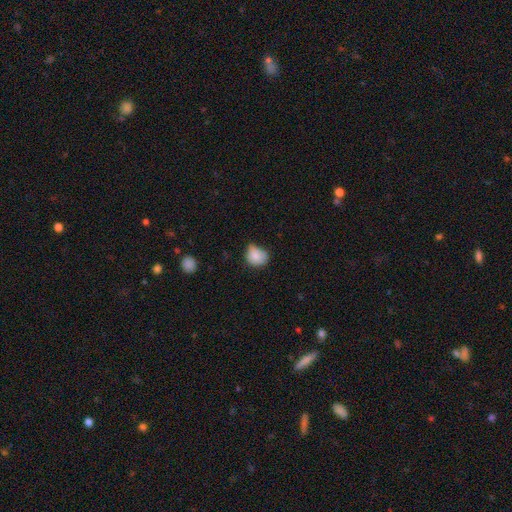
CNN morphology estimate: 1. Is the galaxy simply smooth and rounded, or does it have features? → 82% smooth, 9% star or artifact, 8% featured or disk.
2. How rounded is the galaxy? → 64% round, 35% in between, 1% cigar-shaped.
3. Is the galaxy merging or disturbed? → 45% none, 44% minor disturbance, 9% major disturbance, 2% merger.